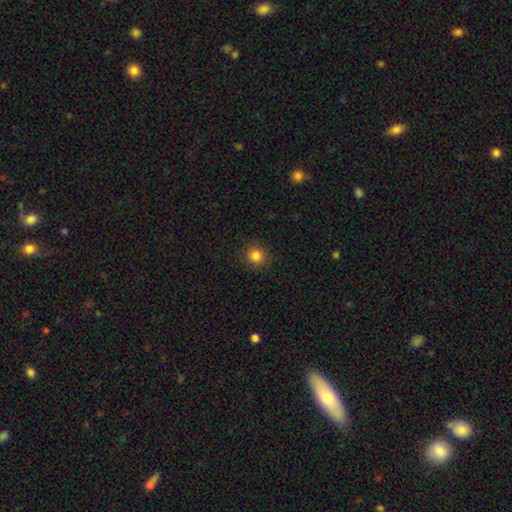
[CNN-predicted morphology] A smooth galaxy with no disk features (84%) that is round (90%).

Vote fractions:
- Smooth or featured? smooth: 84% / star or artifact: 12% / featured or disk: 4%
- How rounded? round: 90% / in between: 9% / cigar-shaped: 1%
- Merging? none: 89% / minor disturbance: 7% / major disturbance: 2% / merger: 1%